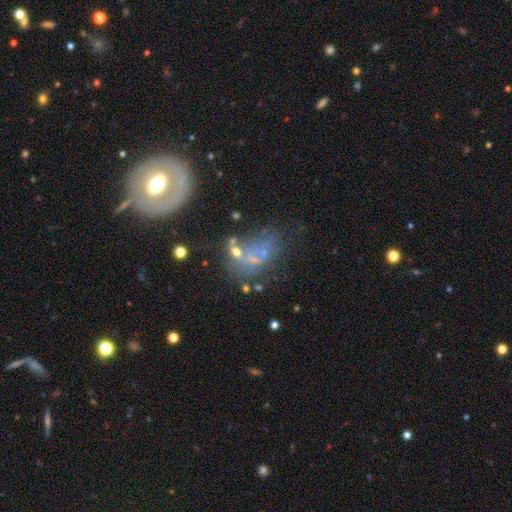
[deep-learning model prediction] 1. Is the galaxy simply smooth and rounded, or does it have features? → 45% featured or disk, 33% smooth, 22% star or artifact.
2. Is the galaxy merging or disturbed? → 33% none, 28% major disturbance, 21% merger, 18% minor disturbance.